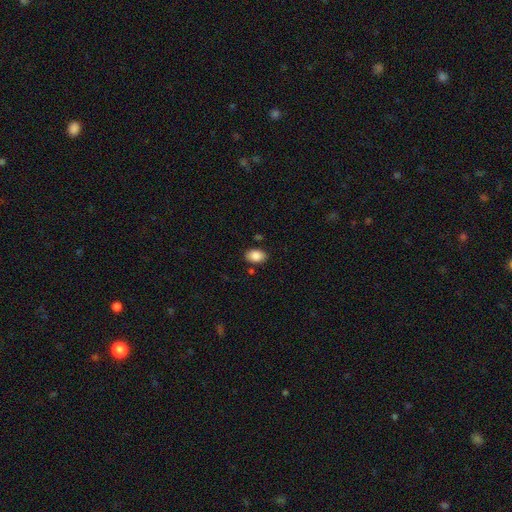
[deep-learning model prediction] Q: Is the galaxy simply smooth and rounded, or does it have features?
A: smooth — 88%.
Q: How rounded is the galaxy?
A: in between — 87%.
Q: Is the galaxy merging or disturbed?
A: none — 84%.